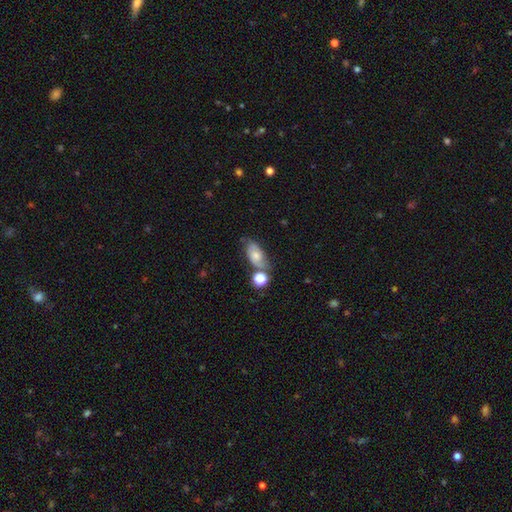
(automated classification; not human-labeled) This is possibly a smooth galaxy (54%). How rounded: clearly in between (83%). Merging: possibly none (52%).